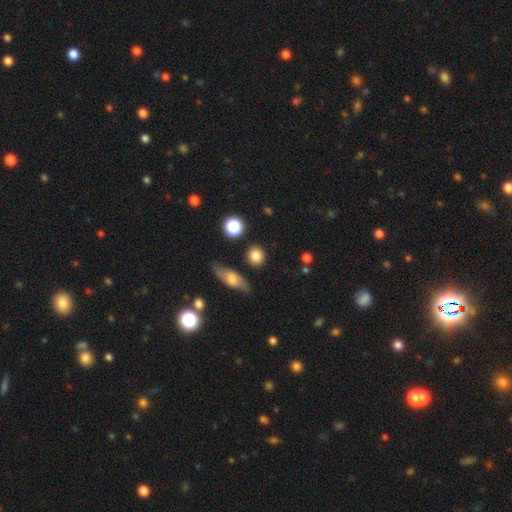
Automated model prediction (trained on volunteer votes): Morphology: type=smooth (83%); roundness=round (80%); merging=none (83%).